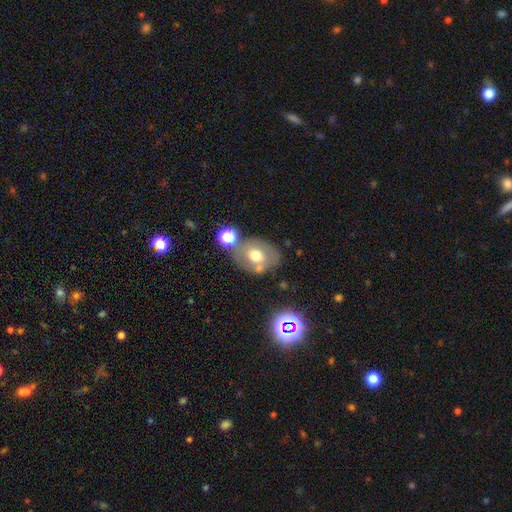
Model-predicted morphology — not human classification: A smooth galaxy with no disk features (54%) that is in between round and cigar-shaped (58%). Merging: none (55%).